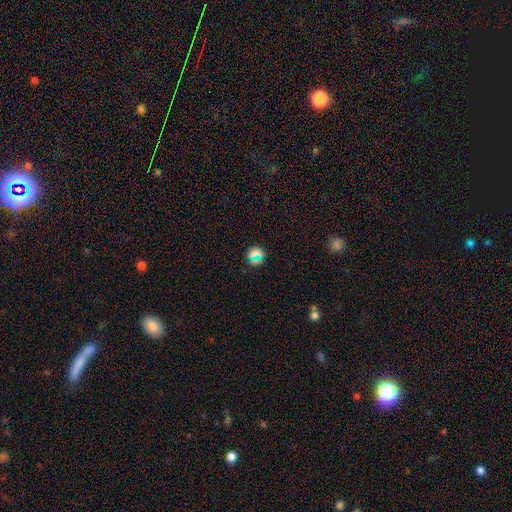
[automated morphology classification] Overall: smooth (60%; star or artifact 32%). How rounded: round (82%). Merging: none (81%).